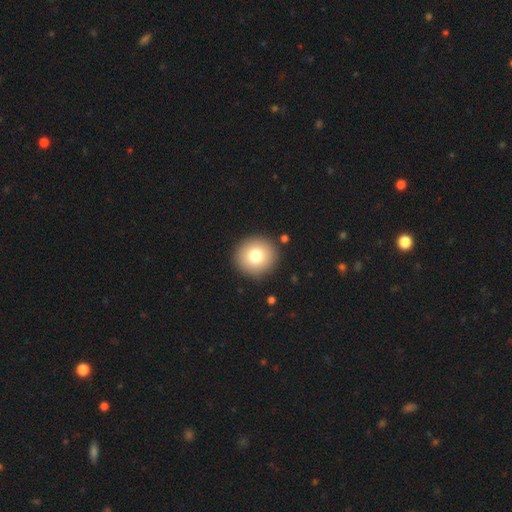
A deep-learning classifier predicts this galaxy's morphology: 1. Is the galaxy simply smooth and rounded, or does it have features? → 77% smooth, 13% featured or disk, 10% star or artifact.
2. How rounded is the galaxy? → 93% round, 6% in between, 1% cigar-shaped.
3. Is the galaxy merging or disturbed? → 91% none, 6% minor disturbance, 2% major disturbance, 2% merger.